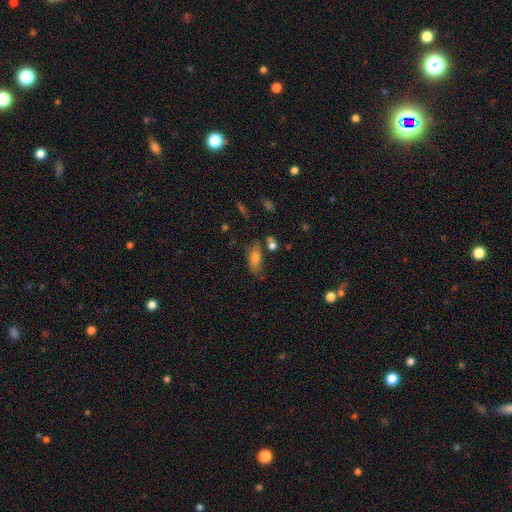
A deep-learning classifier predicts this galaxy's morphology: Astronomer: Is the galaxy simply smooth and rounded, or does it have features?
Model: smooth — 62%.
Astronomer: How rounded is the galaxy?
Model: in between — 75%.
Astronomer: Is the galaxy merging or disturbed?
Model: none — 61%.